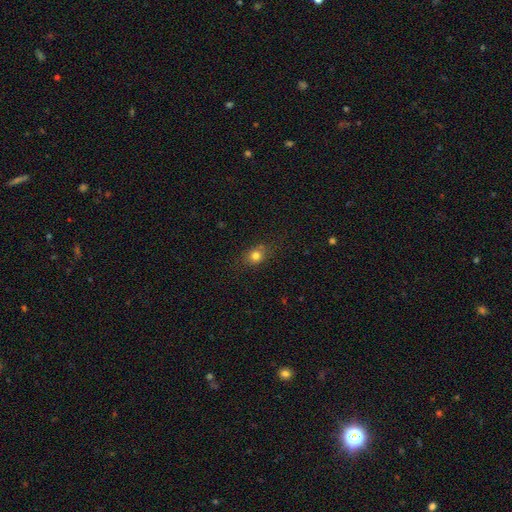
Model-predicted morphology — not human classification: The model was most divided on "how rounded": round: 58%, in between: 41%, cigar-shaped: 2%. More confident: merging — none (79%); smooth or featured — smooth (78%).